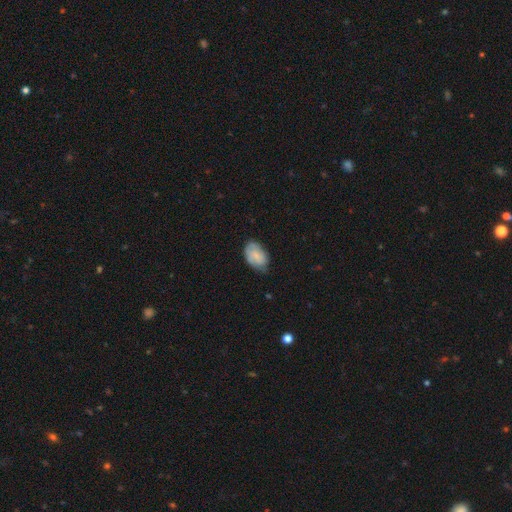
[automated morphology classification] Smooth or featured? Predicted: smooth (p=0.61). How rounded? Predicted: in between (p=0.89). Merging? Predicted: none (p=0.64).